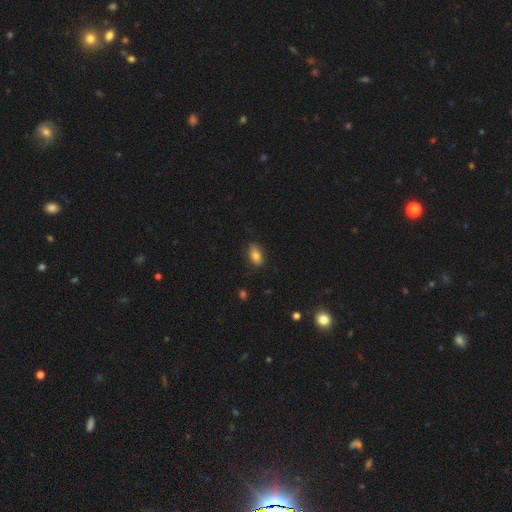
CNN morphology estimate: smooth 80%, featured or disk 11%, star or artifact 9%. Down the decision tree: how rounded — in between (87%); merging — none (76%).